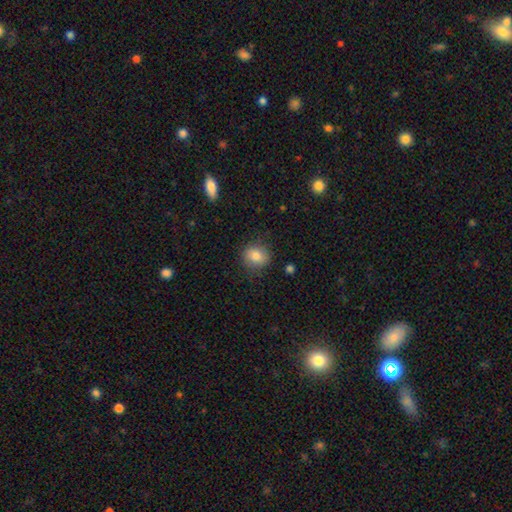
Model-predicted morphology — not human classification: Overall: smooth (82%). How rounded: round (72%). Merging: none (82%).